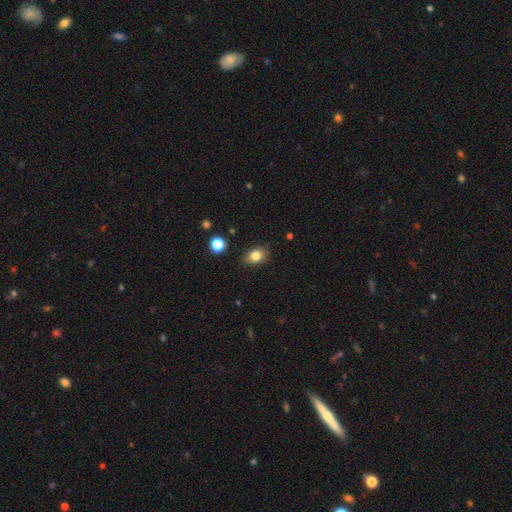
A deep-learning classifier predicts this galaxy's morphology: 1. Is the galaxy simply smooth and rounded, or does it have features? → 82% smooth, 10% star or artifact, 8% featured or disk.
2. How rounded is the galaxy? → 73% in between, 26% round, 2% cigar-shaped.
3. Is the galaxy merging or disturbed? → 84% none, 12% minor disturbance, 3% major disturbance, 2% merger.